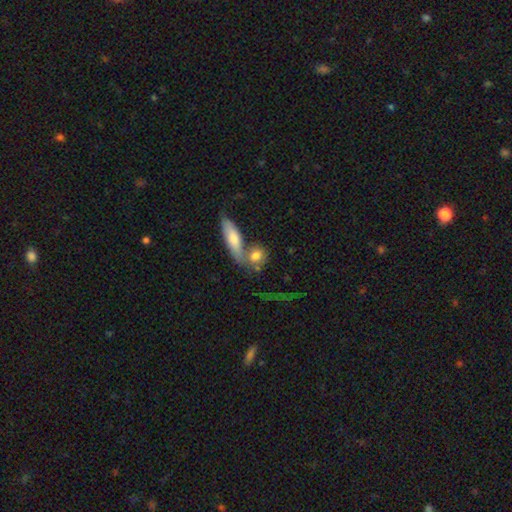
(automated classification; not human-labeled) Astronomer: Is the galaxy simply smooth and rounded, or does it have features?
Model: smooth — 74%.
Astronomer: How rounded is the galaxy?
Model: round — 44% (runner-up: in between, 42%).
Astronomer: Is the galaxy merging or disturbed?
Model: merger — 42% (runner-up: none, 41%).